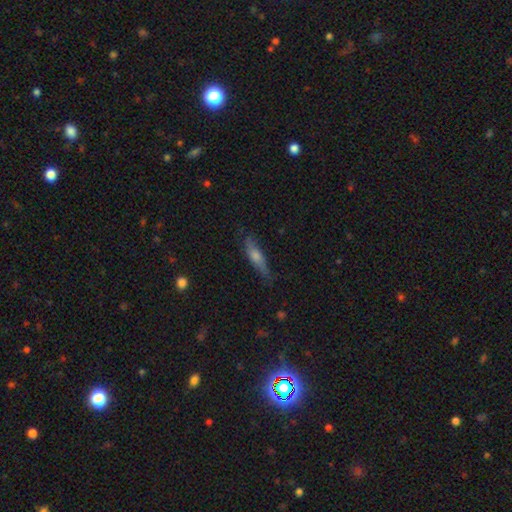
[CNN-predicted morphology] Q: Smooth or featured?
A: smooth (53%); runner-up: featured or disk (40%)
Q: How rounded?
A: cigar-shaped (79%); runner-up: in between (19%)
Q: Merging?
A: none (77%); runner-up: minor disturbance (18%)